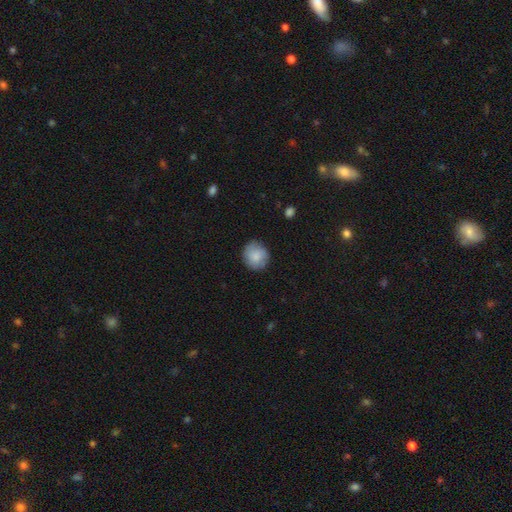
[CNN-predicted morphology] Q: Smooth or featured?
A: smooth (82%); runner-up: featured or disk (11%)
Q: How rounded?
A: round (83%); runner-up: in between (16%)
Q: Merging?
A: none (82%); runner-up: minor disturbance (14%)